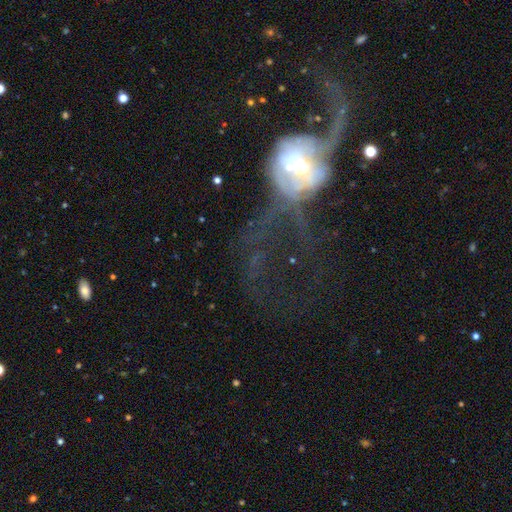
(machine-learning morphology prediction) Smooth or featured: featured or disk — 70% (smooth — 16%)
Edge-on disk: no — 93% (yes — 7%)
Bar: no — 51% (weak — 30%)
Spiral arms: yes — 66% (no — 34%)
Bulge size: moderate — 50% (small — 30%)
Merging: major disturbance — 54% (none — 24%)